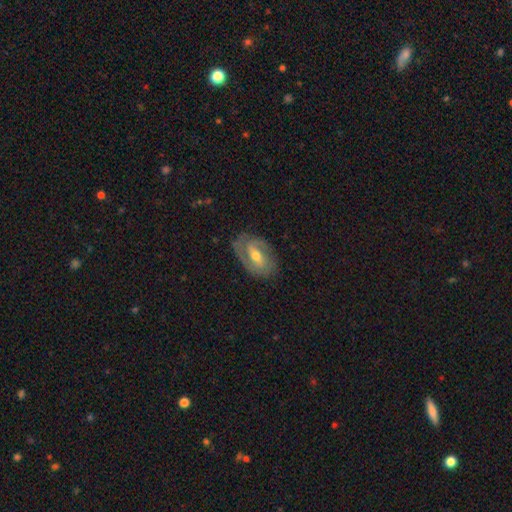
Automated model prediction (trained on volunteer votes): This appears to be a featured or disk galaxy (78%) with a weak bar (46%), 2 (73%) tight (47%) spiral arms (88%) and a moderate central bulge (63%). Merging: none (75%).